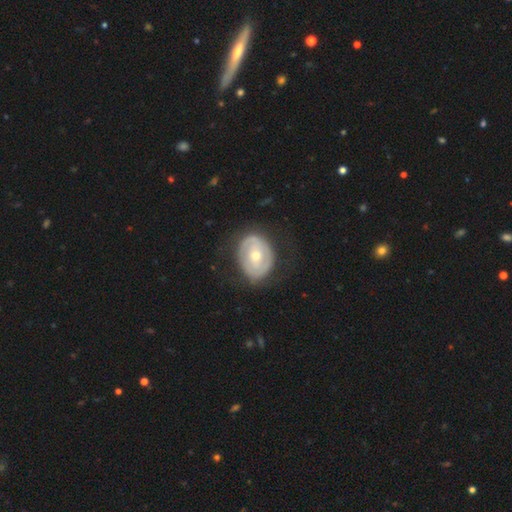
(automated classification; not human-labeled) Smooth or featured?
  - featured or disk: 67% *
  - smooth: 28%
  - star or artifact: 5%
Edge-on disk?
  - no: 95% *
  - yes: 5%
Bar?
  - no: 54% *
  - weak: 30%
  - strong: 16%
Spiral arms?
  - no: 53% *
  - yes: 47%
Bulge size?
  - moderate: 59% *
  - small: 38%
  - large: 2%
  - none: 1%
  - dominant: 1%
Merging?
  - none: 72% *
  - minor disturbance: 18%
  - major disturbance: 9%
  - merger: 1%